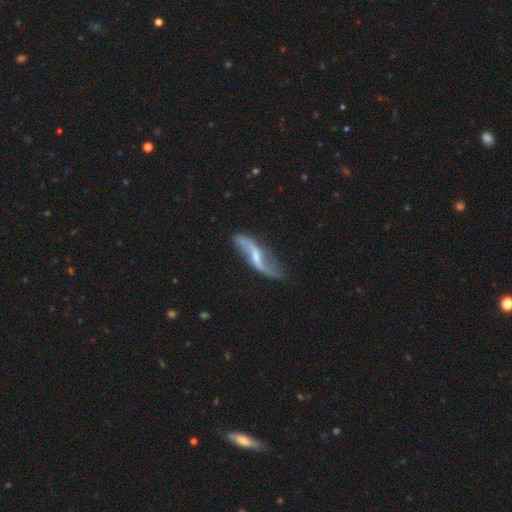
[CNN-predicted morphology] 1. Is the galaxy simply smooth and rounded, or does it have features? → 85% featured or disk, 10% smooth, 5% star or artifact.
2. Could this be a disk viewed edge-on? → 86% no, 14% yes.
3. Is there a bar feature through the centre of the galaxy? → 47% weak, 28% no, 25% strong.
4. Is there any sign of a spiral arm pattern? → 94% yes, 6% no.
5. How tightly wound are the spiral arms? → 90% loose, 7% medium, 3% tight.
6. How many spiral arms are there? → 92% 2, 3% can't tell, 2% 1, 1% 3, 1% 4, 1% more than 4.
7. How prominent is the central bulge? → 54% small, 29% moderate, 13% none, 2% large, 1% dominant.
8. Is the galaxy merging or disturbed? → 74% none, 17% minor disturbance, 6% major disturbance, 3% merger.